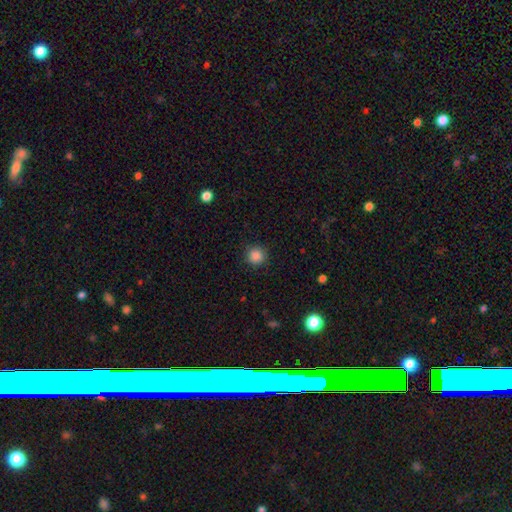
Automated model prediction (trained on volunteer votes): A smooth galaxy with no disk features (86%) that is round (95%).

Vote fractions:
- Smooth or featured? smooth: 86% / star or artifact: 11% / featured or disk: 4%
- How rounded? round: 95% / in between: 5% / cigar-shaped: 1%
- Merging? none: 90% / minor disturbance: 6% / major disturbance: 2% / merger: 1%